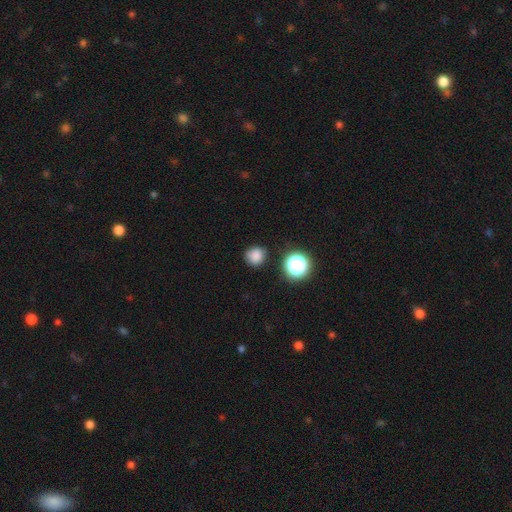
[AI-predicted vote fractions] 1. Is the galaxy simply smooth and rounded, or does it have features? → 81% smooth, 14% star or artifact, 5% featured or disk.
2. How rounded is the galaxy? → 87% round, 12% in between, 1% cigar-shaped.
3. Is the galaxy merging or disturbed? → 82% none, 12% minor disturbance, 3% major disturbance, 3% merger.